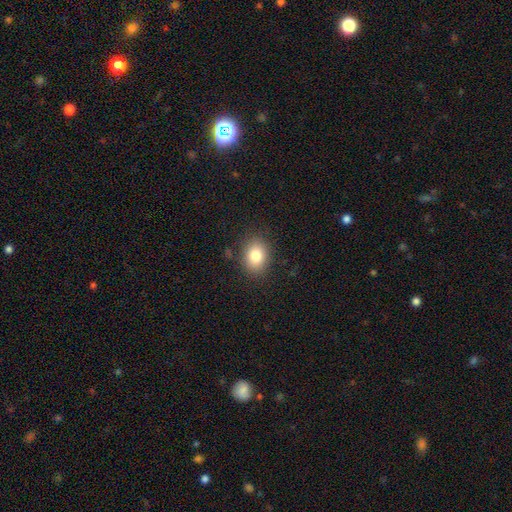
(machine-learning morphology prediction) Q: Smooth or featured?
A: smooth (81%); runner-up: star or artifact (10%)
Q: How rounded?
A: in between (61%); runner-up: round (39%)
Q: Merging?
A: none (85%); runner-up: minor disturbance (10%)